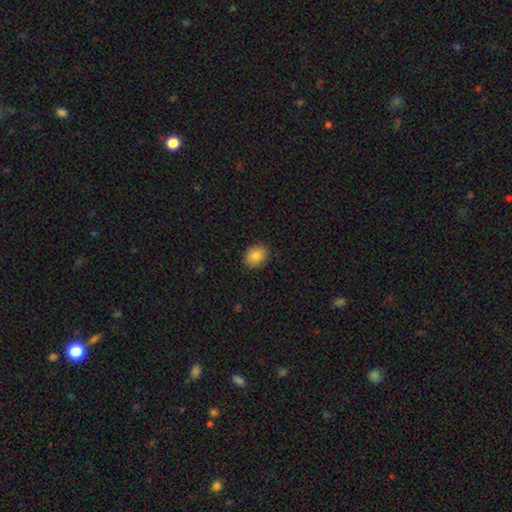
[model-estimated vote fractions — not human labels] Overall: smooth (86%). How rounded: round (54%; in between 46%). Merging: none (89%).